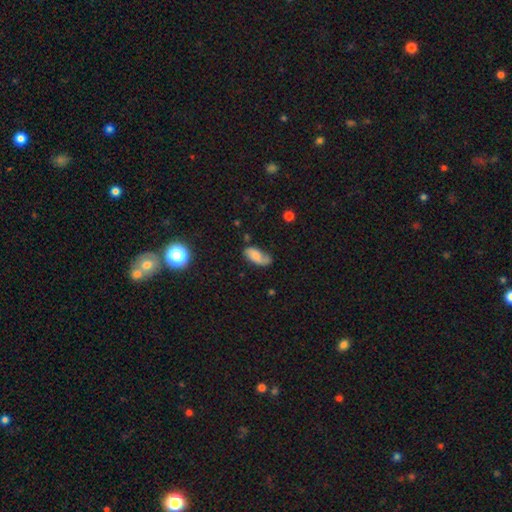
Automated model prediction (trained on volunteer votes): The model was most divided on "smooth or featured": smooth: 52%, featured or disk: 39%, star or artifact: 9%. More confident: how rounded — in between (89%); merging — none (53%).